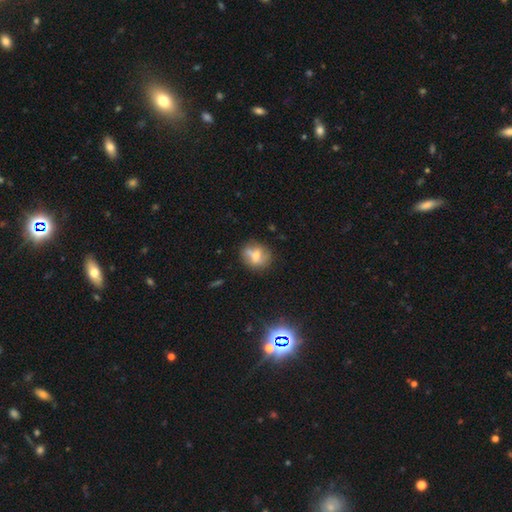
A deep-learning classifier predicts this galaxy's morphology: Overall: smooth (57%; featured or disk 32%). How rounded: round (70%). Merging: none (65%).